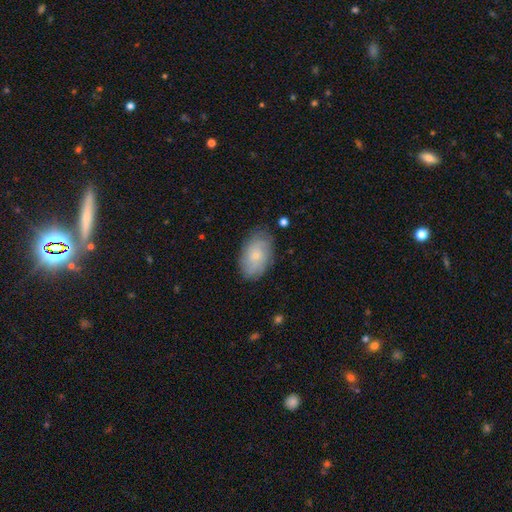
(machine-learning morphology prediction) type=smooth (47%); merging=none (77%).